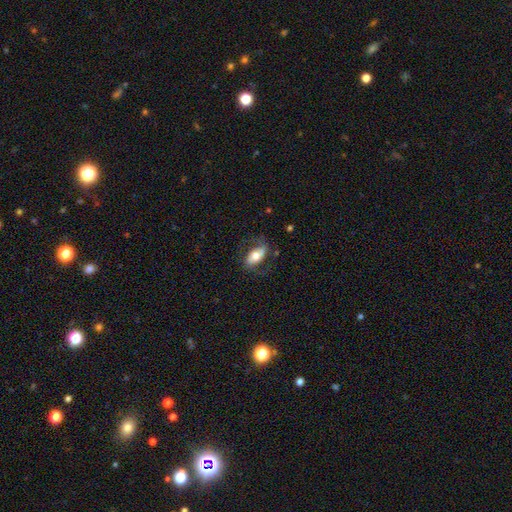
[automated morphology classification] The model was most divided on "smooth or featured": smooth: 47%, featured or disk: 46%, star or artifact: 7%. More confident: merging — none (67%).